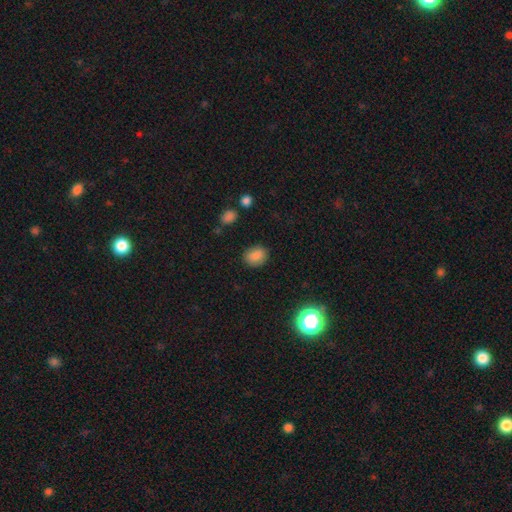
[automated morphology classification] A smooth galaxy with no disk features (85%) that is in between round and cigar-shaped (50%).

Vote fractions:
- Smooth or featured? smooth: 85% / star or artifact: 11% / featured or disk: 5%
- How rounded? in between: 50% / round: 49% / cigar-shaped: 1%
- Merging? none: 86% / minor disturbance: 10% / major disturbance: 3% / merger: 1%